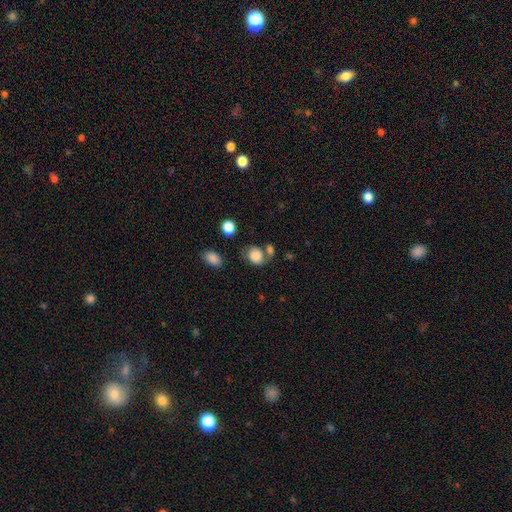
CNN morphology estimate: A smooth galaxy with no disk features (81%) that is round (56%).

Vote fractions:
- Smooth or featured? smooth: 81% / featured or disk: 10% / star or artifact: 9%
- How rounded? round: 56% / in between: 43% / cigar-shaped: 1%
- Merging? none: 47% / merger: 23% / minor disturbance: 19% / major disturbance: 11%